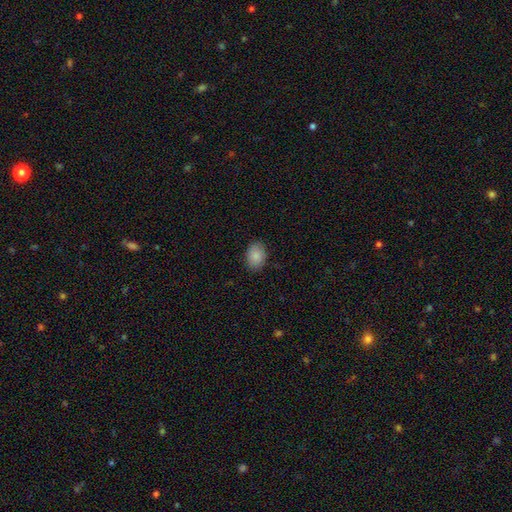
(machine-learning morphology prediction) type=smooth (88%); roundness=in between (73%); merging=none (87%).